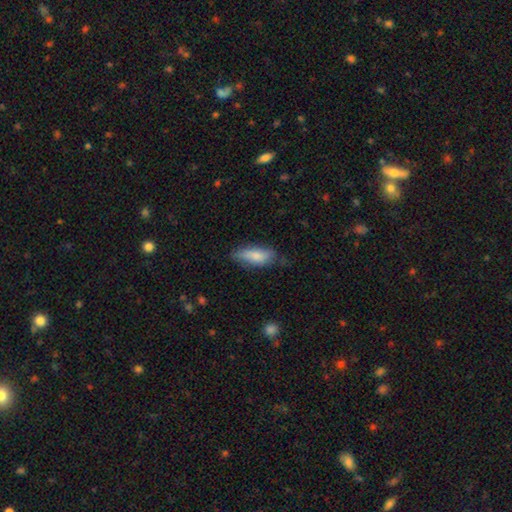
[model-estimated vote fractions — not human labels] A smooth galaxy with no disk features (78%) that is in between round and cigar-shaped (71%).

Vote fractions:
- Smooth or featured? smooth: 78% / featured or disk: 16% / star or artifact: 6%
- How rounded? in between: 71% / cigar-shaped: 26% / round: 2%
- Merging? none: 63% / minor disturbance: 28% / major disturbance: 7% / merger: 2%